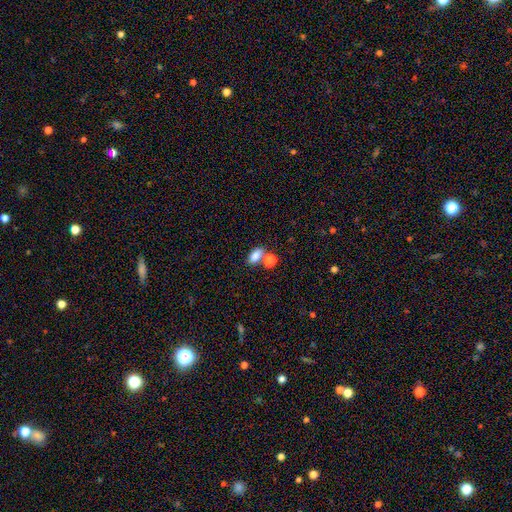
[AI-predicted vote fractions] This is clearly a smooth galaxy (82%). How rounded: clearly in between (85%). Merging: possibly none (51%).